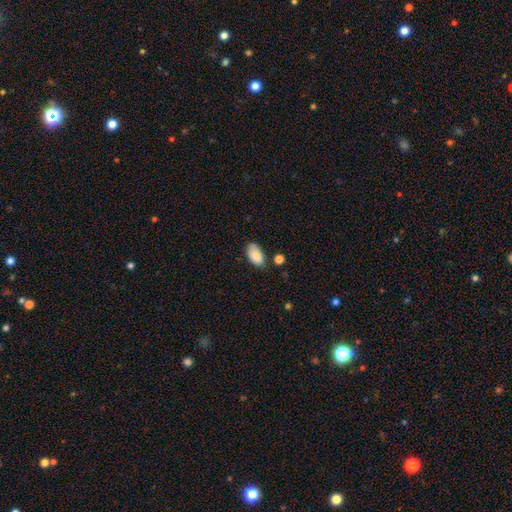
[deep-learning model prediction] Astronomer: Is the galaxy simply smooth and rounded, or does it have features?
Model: smooth — 87%.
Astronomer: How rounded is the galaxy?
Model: in between — 95%.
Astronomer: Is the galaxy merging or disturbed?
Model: none — 71%.